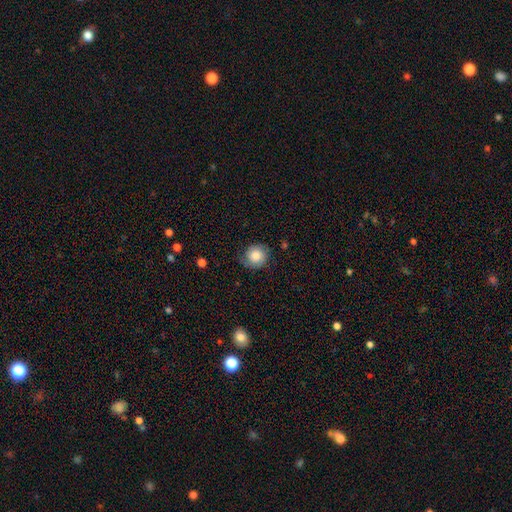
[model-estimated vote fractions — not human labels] This is likely a smooth galaxy (63%). How rounded: clearly round (83%). Merging: likely none (70%).